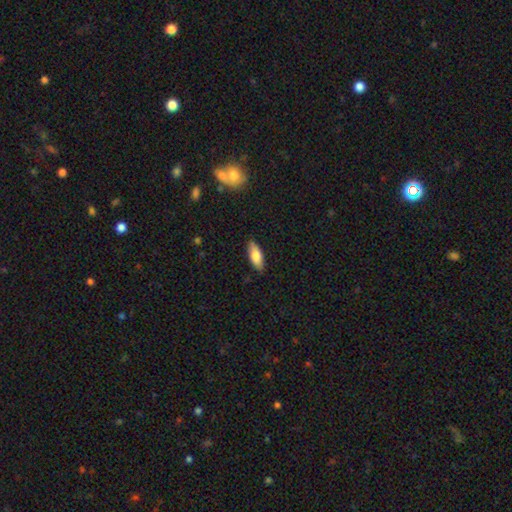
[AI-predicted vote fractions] Smooth or featured? smooth (81%)
How rounded? in between (75%)
Merging? none (87%)